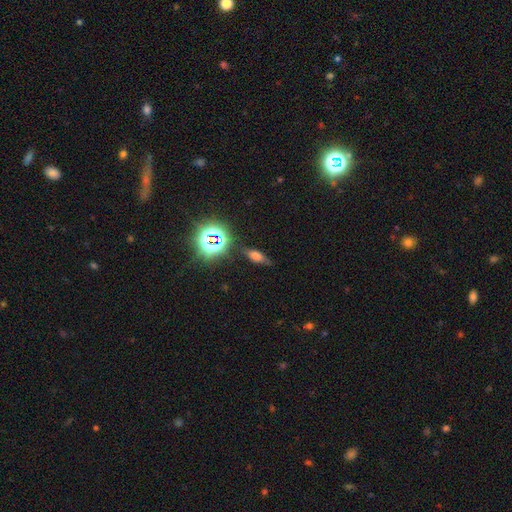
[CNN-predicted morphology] This appears to be a smooth galaxy with no disk features (55%) that is in between round and cigar-shaped (60%). Merging: none (71%).